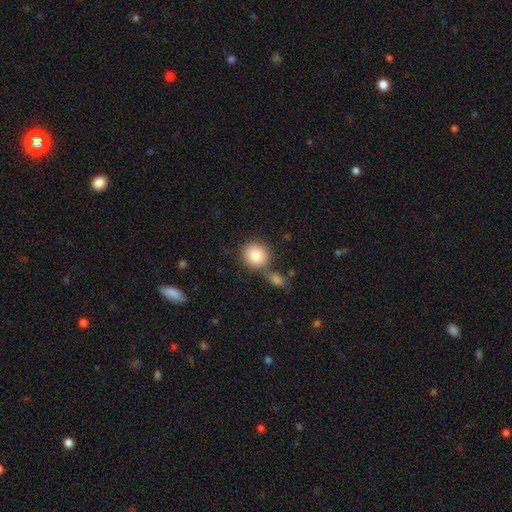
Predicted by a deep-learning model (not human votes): A smooth galaxy with no disk features (84%) that is round (89%). Merging: none (63%).